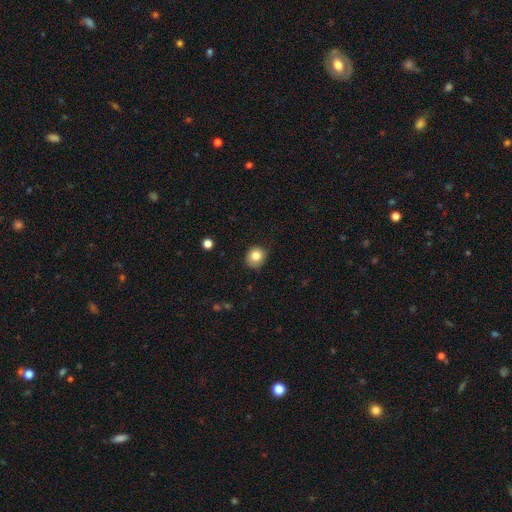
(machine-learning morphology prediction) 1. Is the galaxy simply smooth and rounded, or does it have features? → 82% smooth, 10% star or artifact, 8% featured or disk.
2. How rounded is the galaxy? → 80% round, 19% in between, 1% cigar-shaped.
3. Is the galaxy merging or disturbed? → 80% none, 16% minor disturbance, 3% major disturbance, 1% merger.